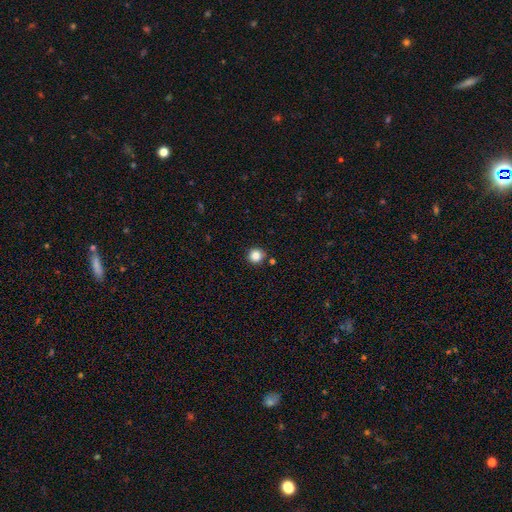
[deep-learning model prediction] Smooth or featured?
  - smooth: 85% *
  - star or artifact: 11%
  - featured or disk: 4%
How rounded?
  - round: 94% *
  - in between: 5%
  - cigar-shaped: 1%
Merging?
  - none: 88% *
  - minor disturbance: 7%
  - merger: 4%
  - major disturbance: 2%